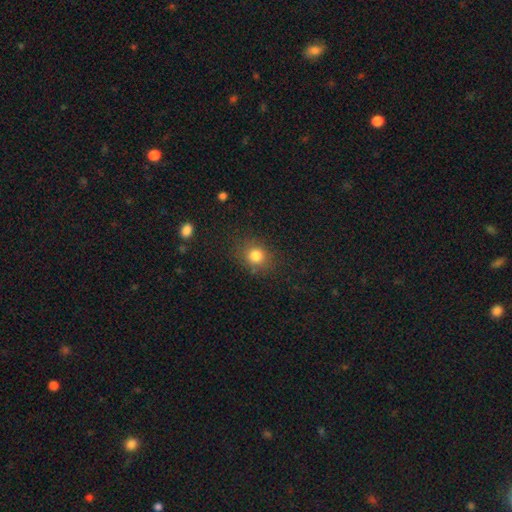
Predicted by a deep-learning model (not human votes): A smooth galaxy with no disk features (81%) that is round (76%).

Vote fractions:
- Smooth or featured? smooth: 81% / star or artifact: 13% / featured or disk: 6%
- How rounded? round: 76% / in between: 23% / cigar-shaped: 1%
- Merging? none: 82% / minor disturbance: 12% / major disturbance: 4% / merger: 2%